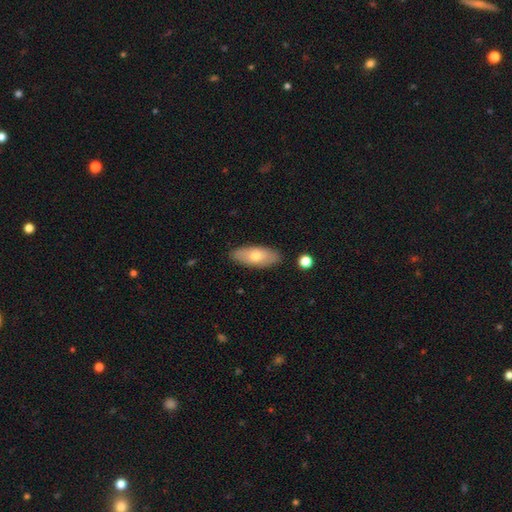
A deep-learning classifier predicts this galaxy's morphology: Q: Smooth or featured?
A: smooth (68%); runner-up: featured or disk (26%)
Q: How rounded?
A: in between (78%); runner-up: cigar-shaped (20%)
Q: Merging?
A: none (86%); runner-up: minor disturbance (10%)